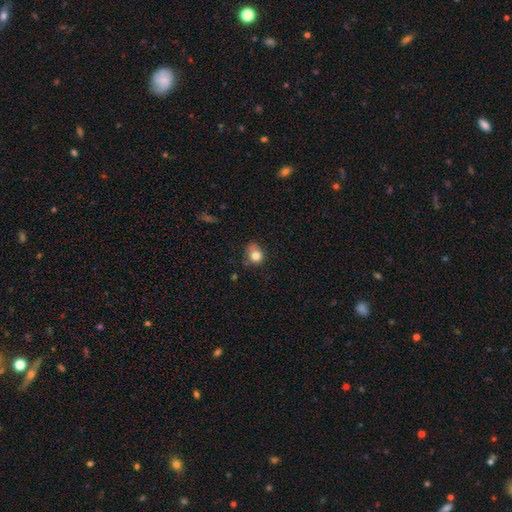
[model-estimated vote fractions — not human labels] Morphology: type=smooth (80%); roundness=round (57%); merging=none (49%).